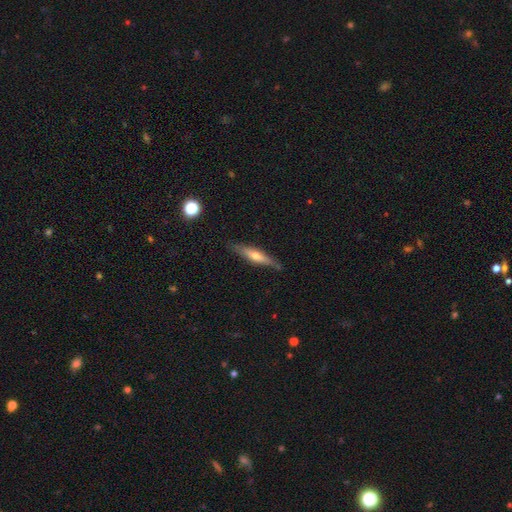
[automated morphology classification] A featured or disk galaxy (52%) viewed edge-on (89%).

Vote fractions:
- Smooth or featured? featured or disk: 52% / smooth: 42% / star or artifact: 6%
- Edge-on disk? yes: 89% / no: 11%
- Merging? none: 81% / minor disturbance: 15% / major disturbance: 3% / merger: 2%